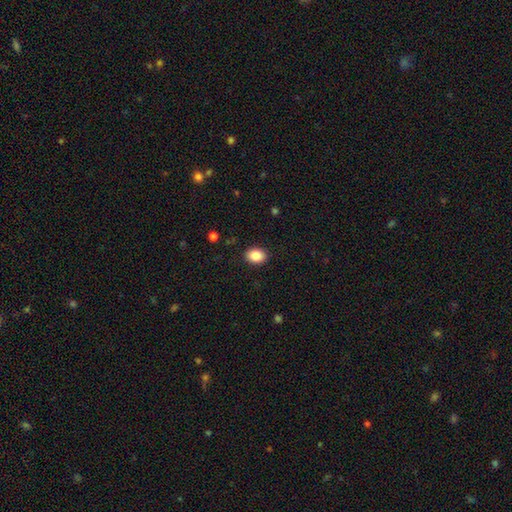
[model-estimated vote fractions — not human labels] A smooth galaxy with no disk features (87%) that is in between round and cigar-shaped (72%).

Vote fractions:
- Smooth or featured? smooth: 87% / star or artifact: 8% / featured or disk: 5%
- How rounded? in between: 72% / round: 27% / cigar-shaped: 1%
- Merging? none: 90% / minor disturbance: 7% / major disturbance: 2% / merger: 1%